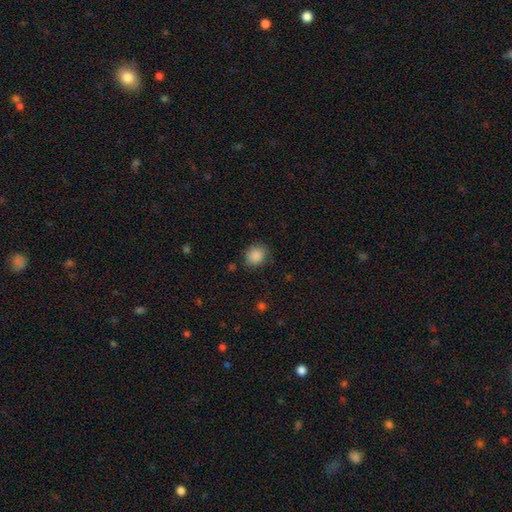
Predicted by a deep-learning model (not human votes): A smooth galaxy with no disk features (88%) that is round (70%).

Vote fractions:
- Smooth or featured? smooth: 88% / star or artifact: 9% / featured or disk: 3%
- How rounded? round: 70% / in between: 29% / cigar-shaped: 1%
- Merging? none: 81% / minor disturbance: 13% / major disturbance: 4% / merger: 1%